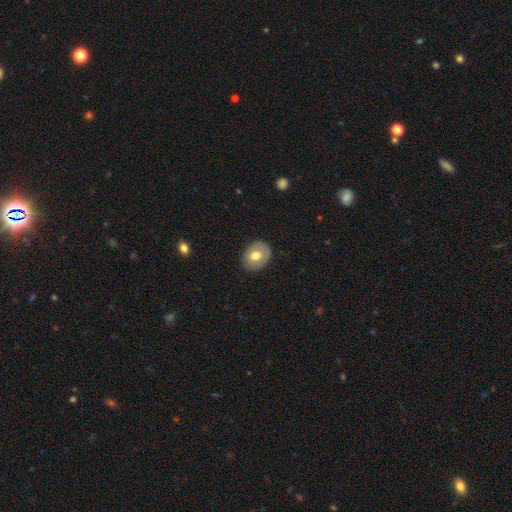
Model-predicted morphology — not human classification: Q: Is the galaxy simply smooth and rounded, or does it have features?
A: smooth — 67%.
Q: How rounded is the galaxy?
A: in between — 56%.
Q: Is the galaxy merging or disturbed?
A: none — 85%.